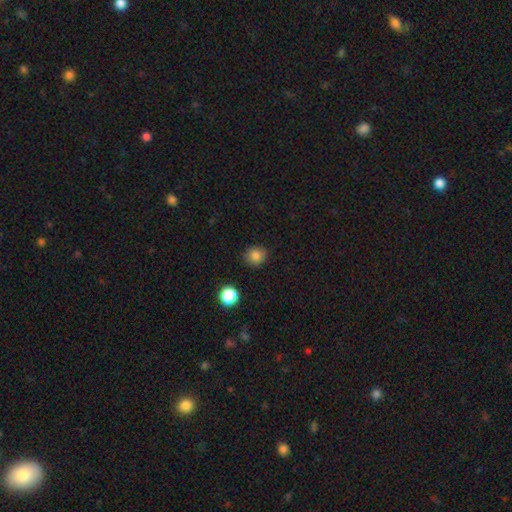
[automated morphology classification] This is clearly a smooth galaxy (83%). How rounded: clearly round (81%). Merging: clearly none (88%).